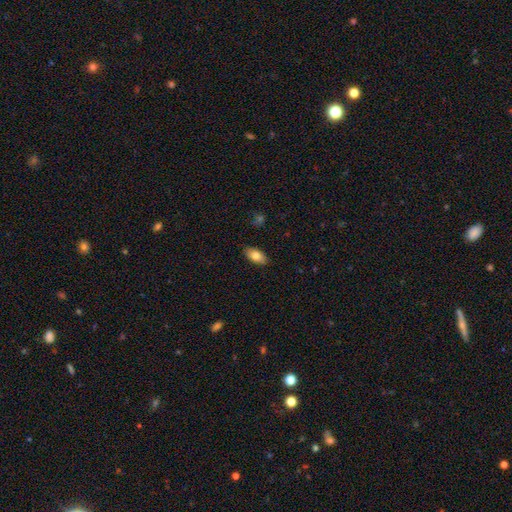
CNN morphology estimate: Smooth or featured: smooth — 80% (featured or disk — 13%)
How rounded: in between — 91% (cigar-shaped — 6%)
Merging: none — 88% (minor disturbance — 9%)